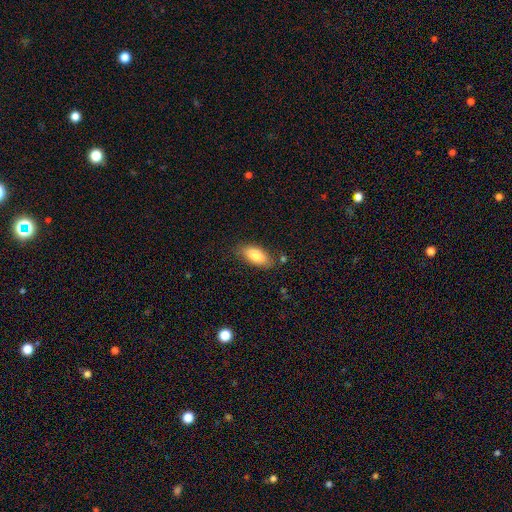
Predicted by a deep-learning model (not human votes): smooth 82%, featured or disk 11%, star or artifact 7%. Down the decision tree: how rounded — in between (88%); merging — none (79%).